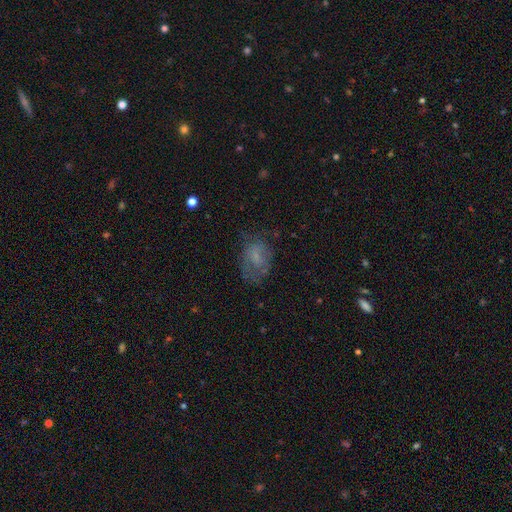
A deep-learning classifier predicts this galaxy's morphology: Smooth or featured: smooth — 52% (featured or disk — 35%)
How rounded: in between — 72% (round — 26%)
Merging: none — 48% (major disturbance — 25%)